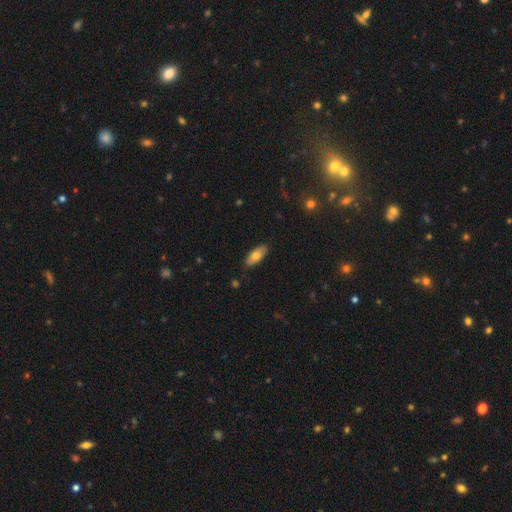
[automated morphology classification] A smooth galaxy with no disk features (74%) that is in between round and cigar-shaped (79%).

Vote fractions:
- Smooth or featured? smooth: 74% / featured or disk: 20% / star or artifact: 6%
- How rounded? in between: 79% / cigar-shaped: 19% / round: 2%
- Merging? none: 85% / minor disturbance: 11% / major disturbance: 2% / merger: 1%